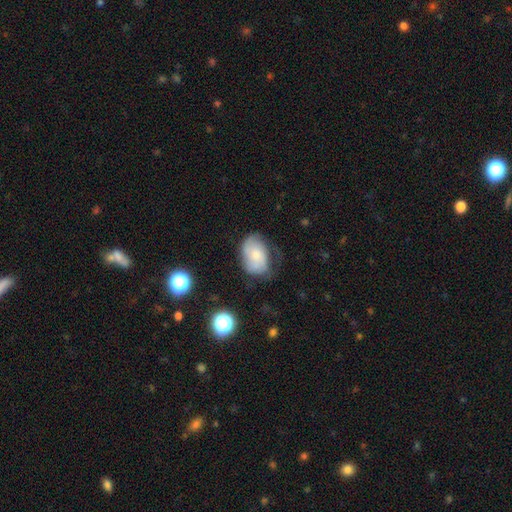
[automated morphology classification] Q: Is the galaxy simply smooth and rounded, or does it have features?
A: smooth — 57%.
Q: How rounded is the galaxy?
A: in between — 83%.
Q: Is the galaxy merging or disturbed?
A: none — 46%.